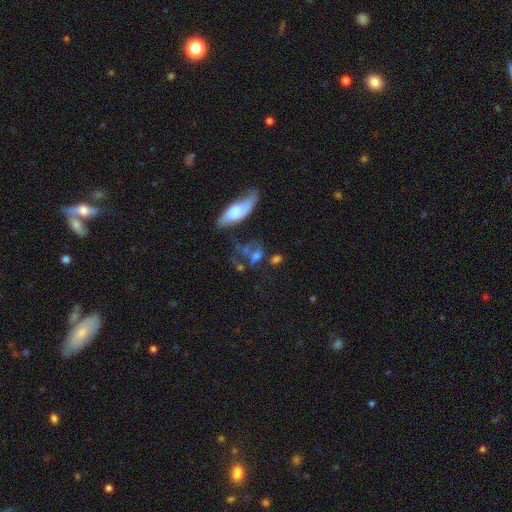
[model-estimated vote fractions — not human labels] This appears to be a smooth galaxy with no disk features (51%) that is in between round and cigar-shaped (58%). Merging: none (37%).